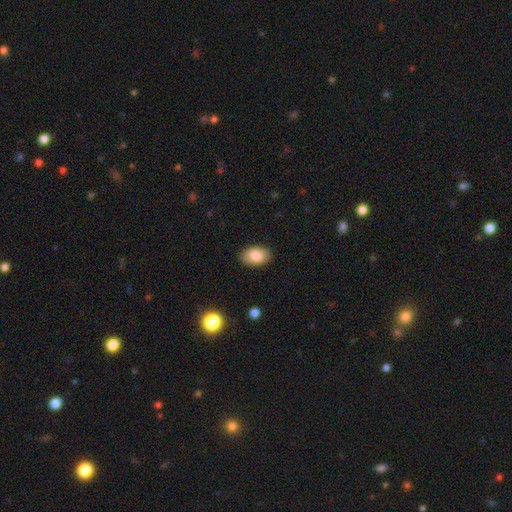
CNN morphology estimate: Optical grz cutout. It shows a smooth galaxy with no disk features (84%) that is in between round and cigar-shaped (92%). Merging: none (85%).